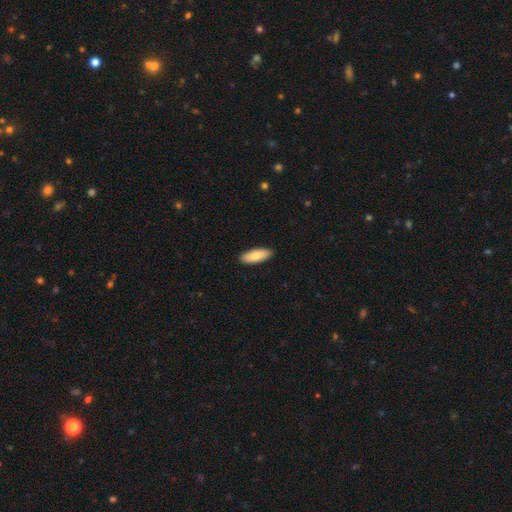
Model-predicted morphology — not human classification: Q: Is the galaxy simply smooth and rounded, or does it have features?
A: smooth — 85%.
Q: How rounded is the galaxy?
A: in between — 73%.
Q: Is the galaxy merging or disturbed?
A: none — 90%.